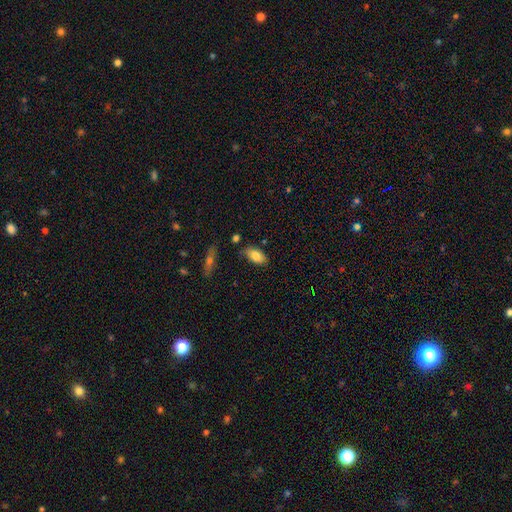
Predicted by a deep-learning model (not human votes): Morphology: type=smooth (79%); roundness=in between (92%); merging=none (75%).